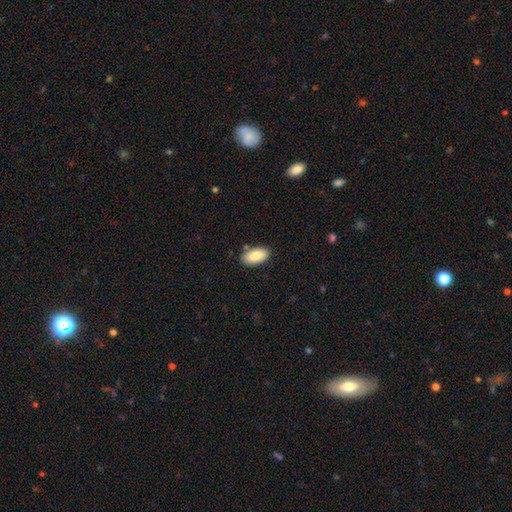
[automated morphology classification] Smooth or featured? smooth (86%)
How rounded? in between (94%)
Merging? none (83%)